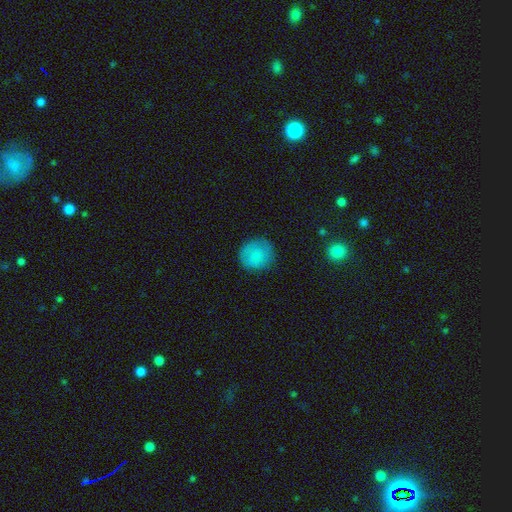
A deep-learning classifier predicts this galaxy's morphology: smooth-or-featured: smooth: 82% | star or artifact: 9% | featured or disk: 9%
  how-rounded: round: 91% | in between: 8% | cigar-shaped: 1%
  merging: none: 83% | minor disturbance: 12% | major disturbance: 3% | merger: 1%